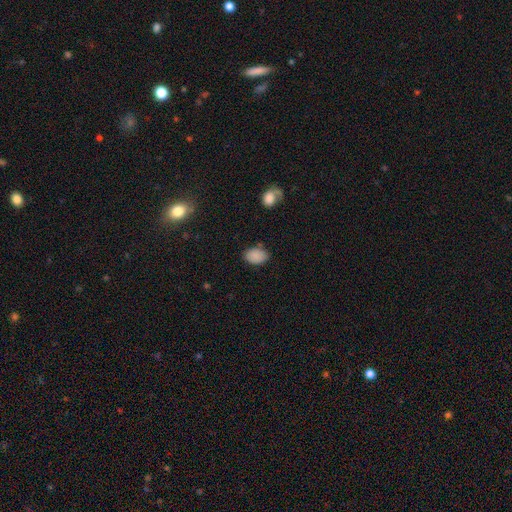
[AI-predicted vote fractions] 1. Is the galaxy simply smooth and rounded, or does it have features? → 87% smooth, 9% star or artifact, 4% featured or disk.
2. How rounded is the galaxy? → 84% in between, 15% round, 1% cigar-shaped.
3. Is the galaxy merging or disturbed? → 78% none, 15% minor disturbance, 4% major disturbance, 3% merger.